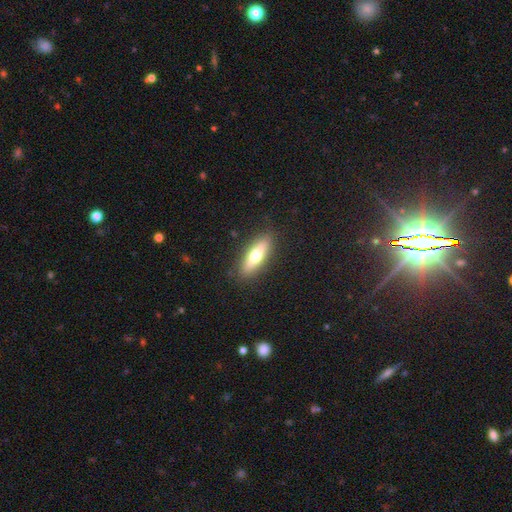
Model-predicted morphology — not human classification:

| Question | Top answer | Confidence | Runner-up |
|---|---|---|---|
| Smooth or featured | smooth | 60% | featured or disk (34%) |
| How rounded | cigar-shaped | 50% | in between (47%) |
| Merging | none | 88% | minor disturbance (9%) |